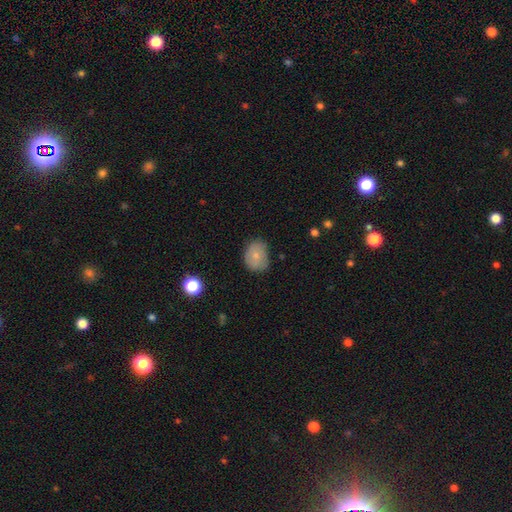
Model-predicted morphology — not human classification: type=smooth (72%); roundness=in between (55%); merging=none (69%).